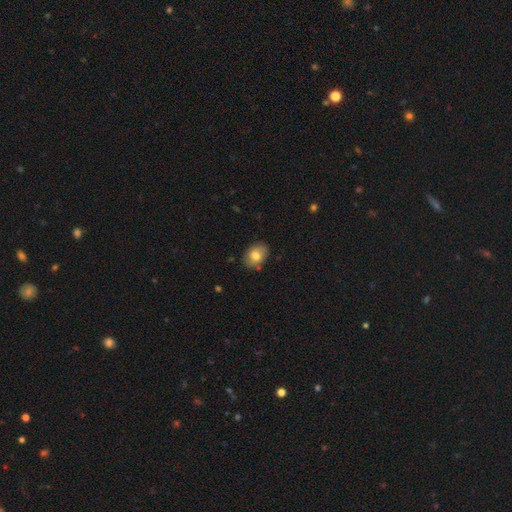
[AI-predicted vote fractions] This appears to be a smooth galaxy with no disk features (78%) that is in between round and cigar-shaped (73%). Merging: none (83%).